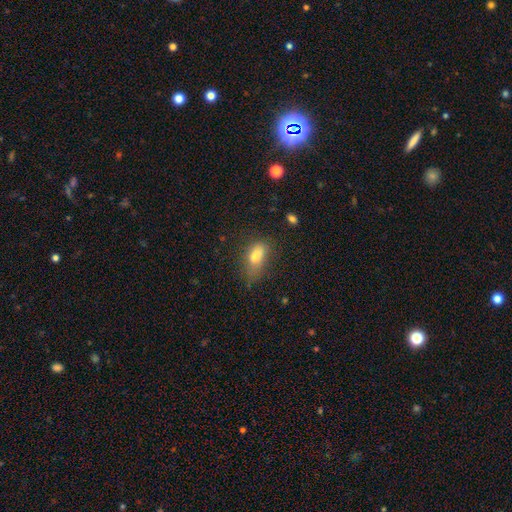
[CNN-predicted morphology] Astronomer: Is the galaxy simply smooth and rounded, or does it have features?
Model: smooth — 78%.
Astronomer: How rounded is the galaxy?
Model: in between — 85%.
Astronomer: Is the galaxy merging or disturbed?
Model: none — 50% (runner-up: minor disturbance, 32%).